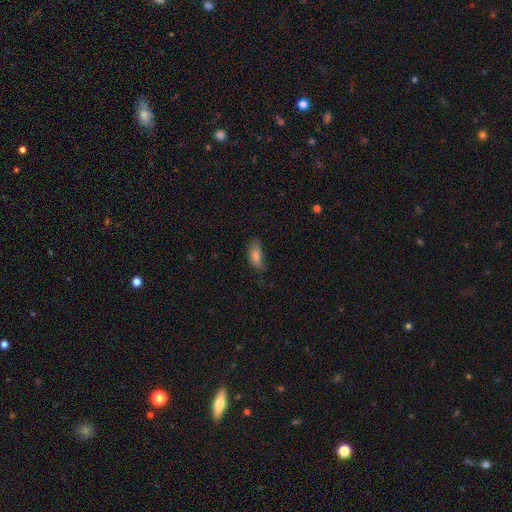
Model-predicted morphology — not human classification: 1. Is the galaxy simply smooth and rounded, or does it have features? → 79% smooth, 12% featured or disk, 9% star or artifact.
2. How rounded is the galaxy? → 79% in between, 18% cigar-shaped, 3% round.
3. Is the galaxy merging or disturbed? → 61% none, 29% minor disturbance, 8% major disturbance, 2% merger.